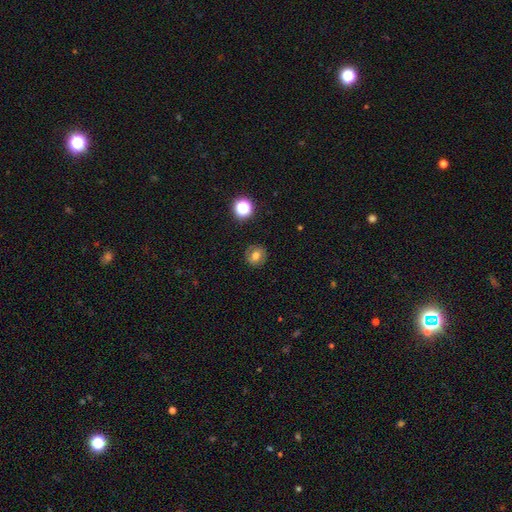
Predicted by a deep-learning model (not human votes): smooth_or_featured: smooth (p=0.61) [alt: featured or disk p=0.24]
how_rounded: round (p=0.79) [alt: in between p=0.20]
merging: none (p=0.86) [alt: minor disturbance p=0.10]